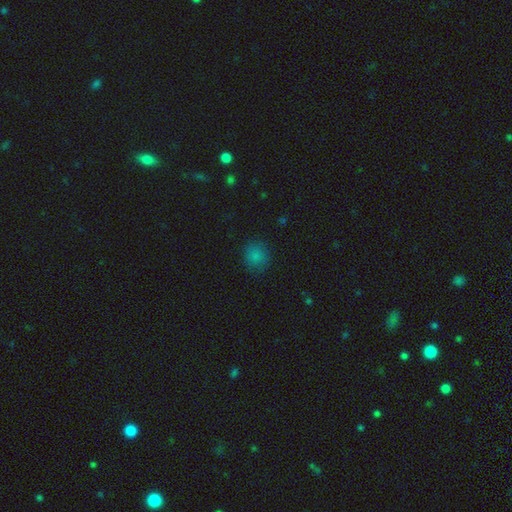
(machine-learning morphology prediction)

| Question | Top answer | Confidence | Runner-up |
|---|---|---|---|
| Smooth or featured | smooth | 81% | star or artifact (13%) |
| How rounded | round | 83% | in between (16%) |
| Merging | none | 82% | minor disturbance (13%) |